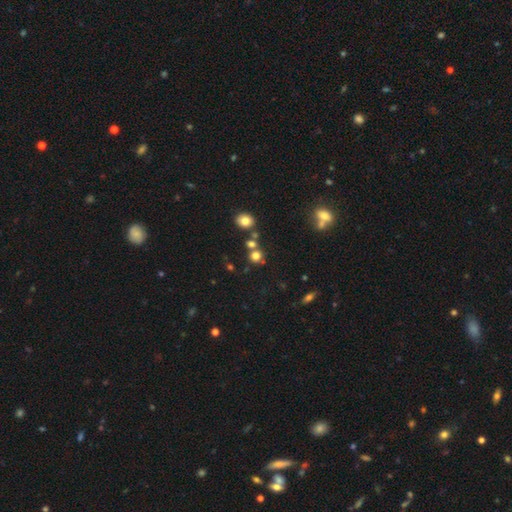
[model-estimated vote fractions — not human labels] This is likely a smooth galaxy (73%). How rounded: clearly round (86%). Merging: likely none (64%).